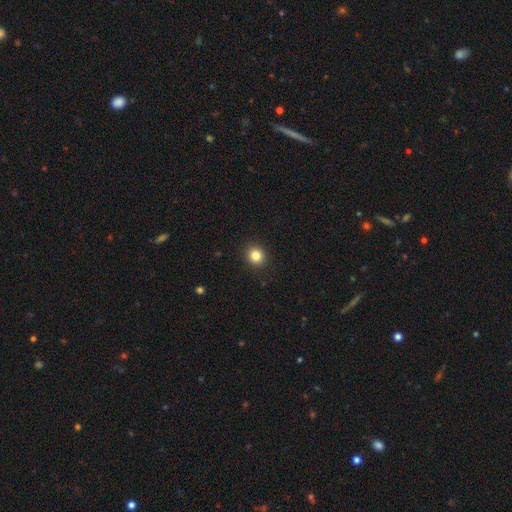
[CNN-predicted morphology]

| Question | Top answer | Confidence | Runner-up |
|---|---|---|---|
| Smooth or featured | smooth | 84% | star or artifact (11%) |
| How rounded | round | 88% | in between (11%) |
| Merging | none | 92% | minor disturbance (6%) |